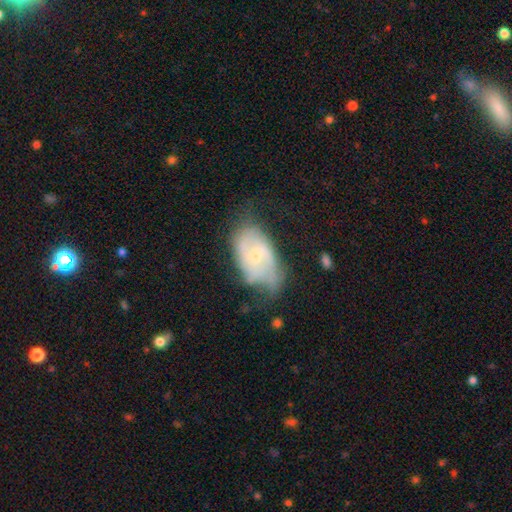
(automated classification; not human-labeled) A featured or disk galaxy (72%) with no bar (55%), 2 (54%) medium (44%) spiral arms (87%) and a small central bulge (64%).

Vote fractions:
- Smooth or featured? featured or disk: 72% / smooth: 21% / star or artifact: 7%
- Edge-on disk? no: 96% / yes: 4%
- Bar? no: 55% / weak: 38% / strong: 7%
- Spiral arms? yes: 87% / no: 13%
- Spiral winding? medium: 44% / tight: 33% / loose: 23%
- Spiral arm count? 2: 54% / can't tell: 25% / 3: 11% / 1: 4% / 4: 3% / more than 4: 2%
- Bulge size? small: 64% / moderate: 32% / none: 2% / large: 1% / dominant: 1%
- Merging? none: 50% / minor disturbance: 32% / major disturbance: 15% / merger: 3%